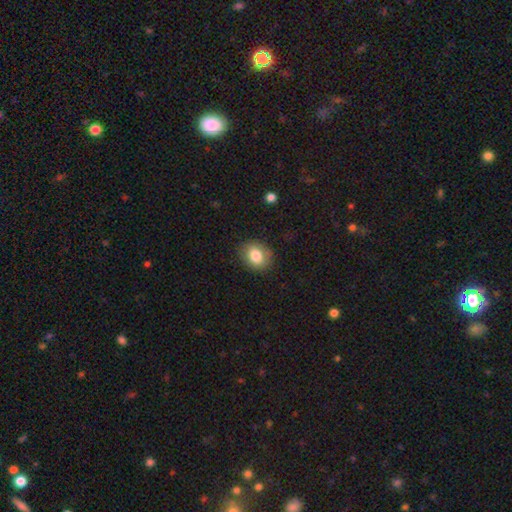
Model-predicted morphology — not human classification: Q: Smooth or featured?
A: smooth (80%); runner-up: featured or disk (12%)
Q: How rounded?
A: round (52%); runner-up: in between (47%)
Q: Merging?
A: none (83%); runner-up: minor disturbance (13%)